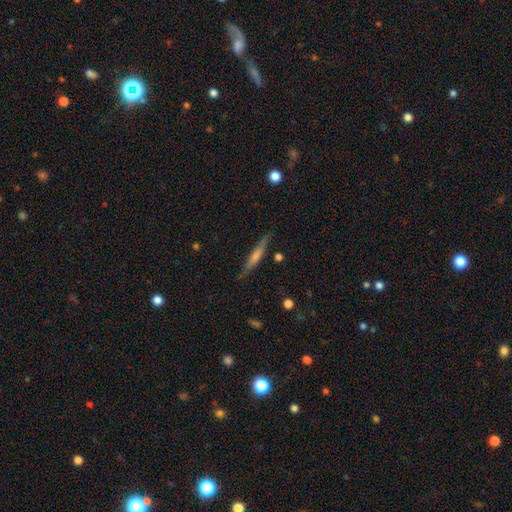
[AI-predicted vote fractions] The model was most divided on "edge-on bulge": rounded: 47%, none: 35%, boxy: 18%. More confident: edge-on disk — yes (96%); merging — none (87%); smooth or featured — featured or disk (57%).